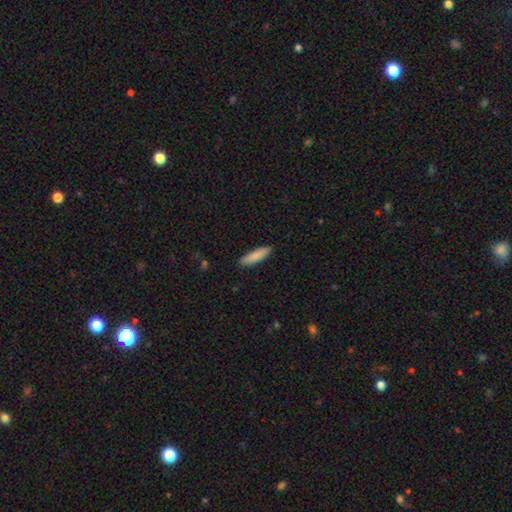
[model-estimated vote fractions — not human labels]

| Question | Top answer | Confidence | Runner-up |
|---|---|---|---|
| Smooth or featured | smooth | 87% | featured or disk (7%) |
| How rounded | cigar-shaped | 69% | in between (29%) |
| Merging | none | 89% | minor disturbance (8%) |